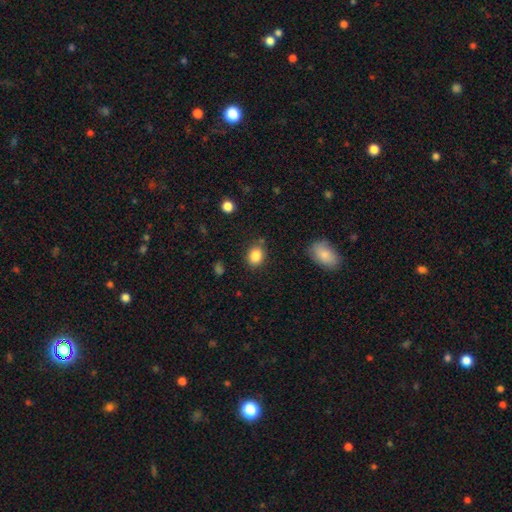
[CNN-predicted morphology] smooth-or-featured: smooth: 86% | star or artifact: 10% | featured or disk: 5%
  how-rounded: round: 52% | in between: 47% | cigar-shaped: 1%
  merging: none: 78% | minor disturbance: 14% | major disturbance: 4% | merger: 4%